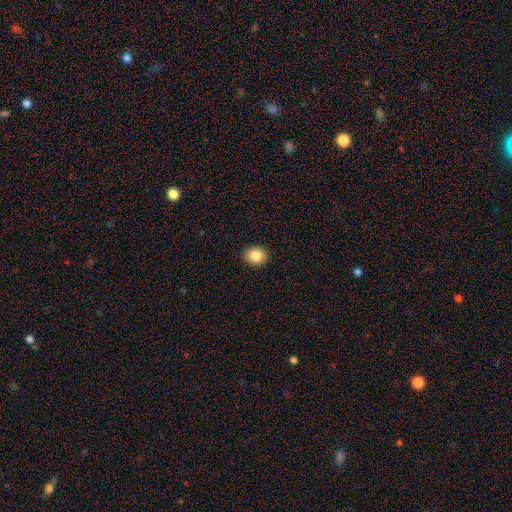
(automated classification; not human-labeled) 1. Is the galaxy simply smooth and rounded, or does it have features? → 85% smooth, 9% star or artifact, 6% featured or disk.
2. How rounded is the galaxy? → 58% round, 41% in between, 1% cigar-shaped.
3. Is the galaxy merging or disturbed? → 91% none, 6% minor disturbance, 2% major disturbance, 1% merger.